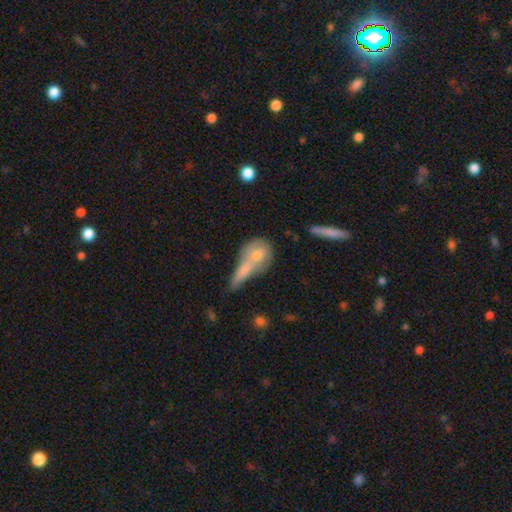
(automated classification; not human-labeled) Smooth or featured: smooth — 61% (featured or disk — 30%)
How rounded: in between — 42% (round — 38%)
Merging: merger — 50% (none — 32%)